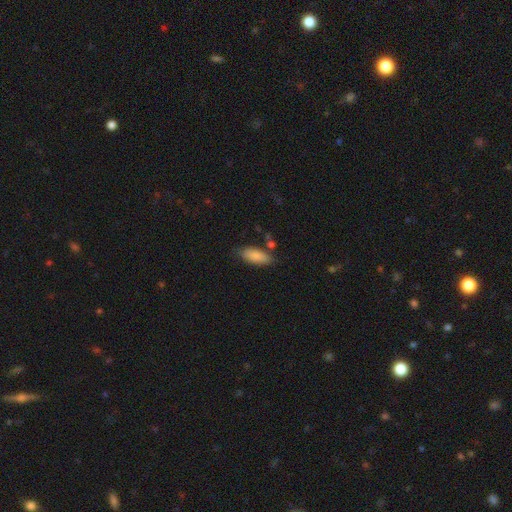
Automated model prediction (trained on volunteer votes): Overall: smooth (86%). How rounded: in between (79%). Merging: none (76%).